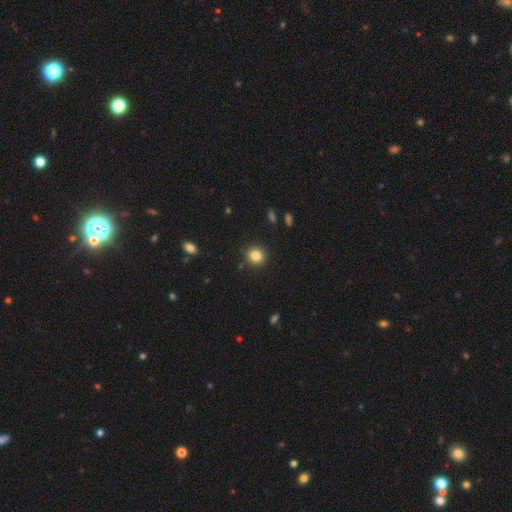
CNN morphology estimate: Smooth or featured: smooth — 83% (star or artifact — 11%)
How rounded: round — 85% (in between — 14%)
Merging: none — 89% (minor disturbance — 7%)